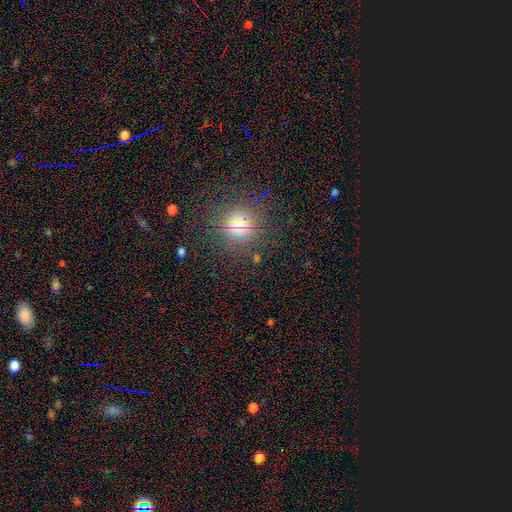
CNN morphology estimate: smooth 67%, star or artifact 26%, featured or disk 7%. Down the decision tree: how rounded — round (91%); merging — none (85%).